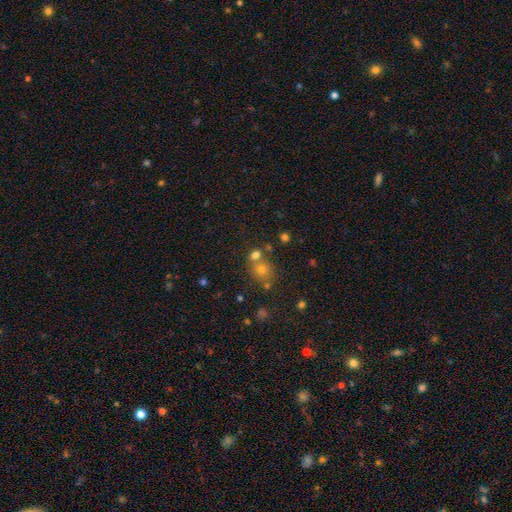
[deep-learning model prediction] smooth_or_featured: smooth (p=0.72) [alt: star or artifact p=0.18]
how_rounded: round (p=0.68) [alt: in between p=0.31]
merging: none (p=0.54) [alt: merger p=0.32]